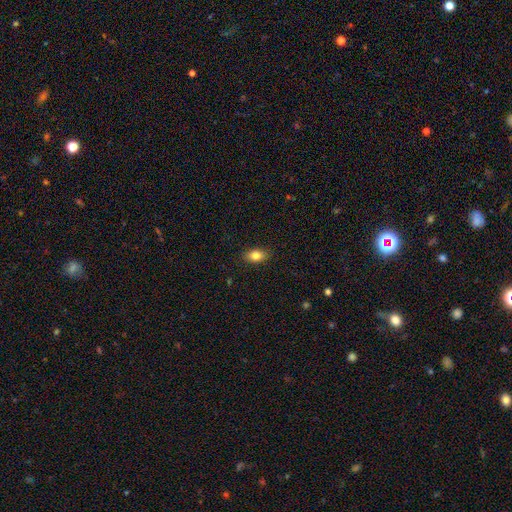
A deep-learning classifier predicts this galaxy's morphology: smooth-or-featured: smooth: 82% | featured or disk: 10% | star or artifact: 8%
  how-rounded: in between: 85% | round: 12% | cigar-shaped: 4%
  merging: none: 87% | minor disturbance: 10% | major disturbance: 2% | merger: 1%